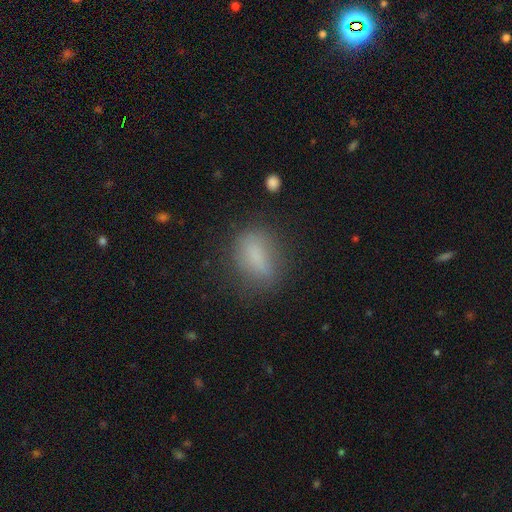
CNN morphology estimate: Q: Smooth or featured?
A: smooth (75%); runner-up: featured or disk (14%)
Q: How rounded?
A: in between (72%); runner-up: round (16%)
Q: Merging?
A: none (68%); runner-up: minor disturbance (21%)